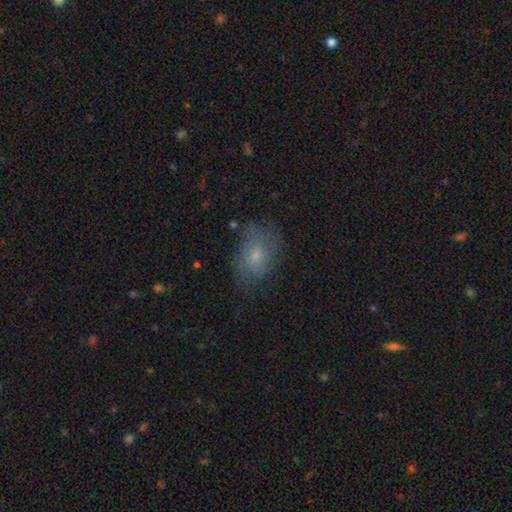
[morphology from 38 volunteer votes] type=smooth (74%); roundness=in between (68%); merging=none (69%).